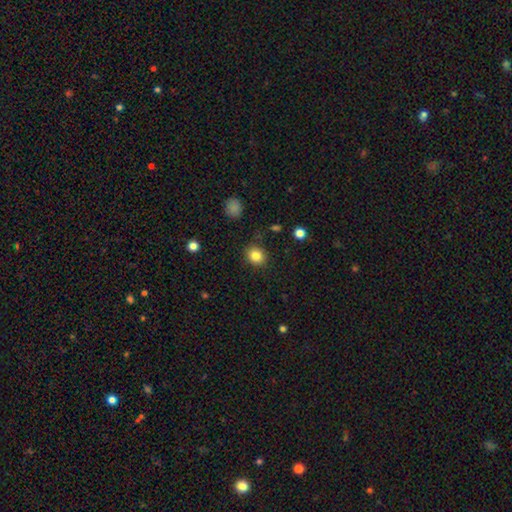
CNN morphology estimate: This appears to be a smooth galaxy with no disk features (84%) that is round (77%). Merging: none (85%).